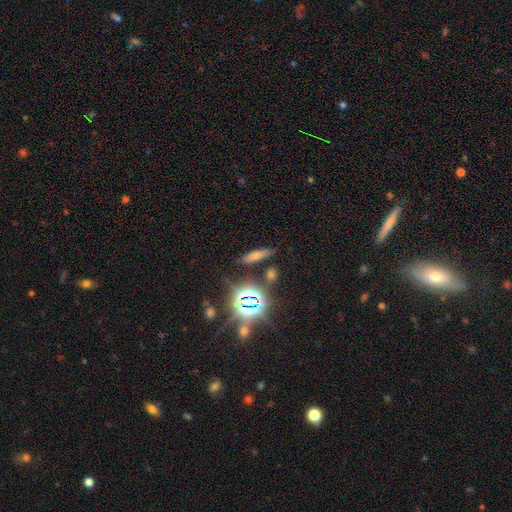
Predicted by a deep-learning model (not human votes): Smooth or featured: smooth — 61% (star or artifact — 25%)
How rounded: cigar-shaped — 67% (in between — 27%)
Merging: none — 80% (minor disturbance — 11%)